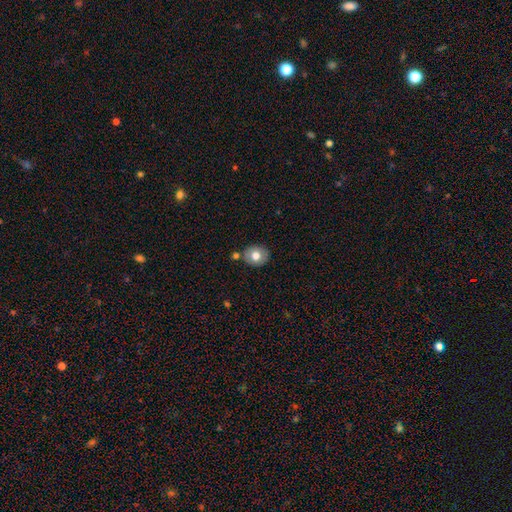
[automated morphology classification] Overall: smooth (72%). How rounded: round (68%; in between 31%). Merging: none (78%).